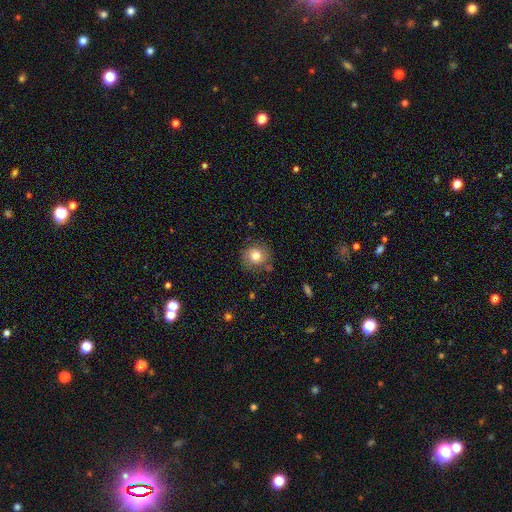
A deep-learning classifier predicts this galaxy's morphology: smooth_or_featured: smooth (p=0.78) [alt: featured or disk p=0.12]
how_rounded: round (p=0.87) [alt: in between p=0.12]
merging: none (p=0.79) [alt: minor disturbance p=0.14]